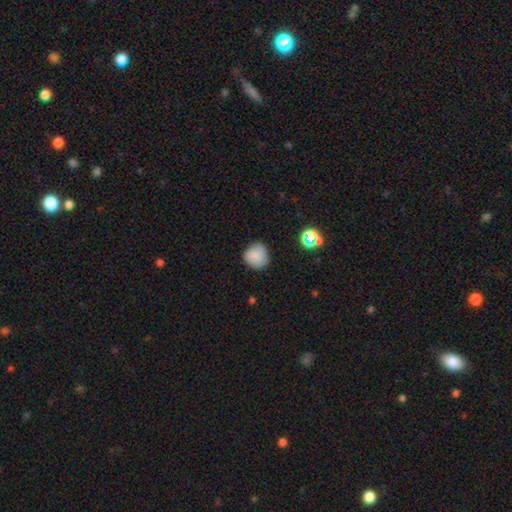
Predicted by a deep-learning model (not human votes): The model was most divided on "merging": none: 79%, minor disturbance: 16%, major disturbance: 3%, merger: 2%. More confident: how rounded — round (87%); smooth or featured — smooth (82%).